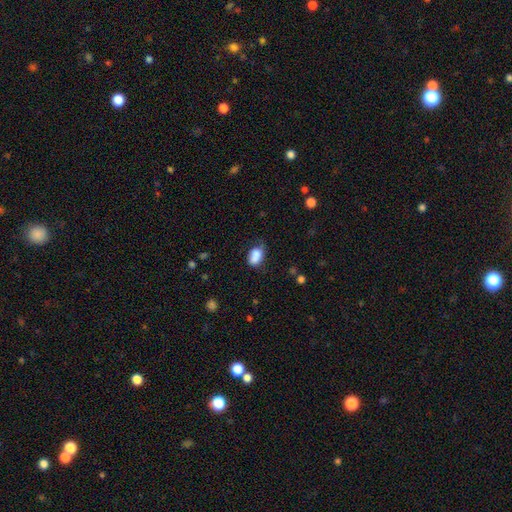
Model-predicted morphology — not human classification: Overall: smooth (85%). How rounded: in between (87%). Merging: none (51%; minor disturbance 35%).